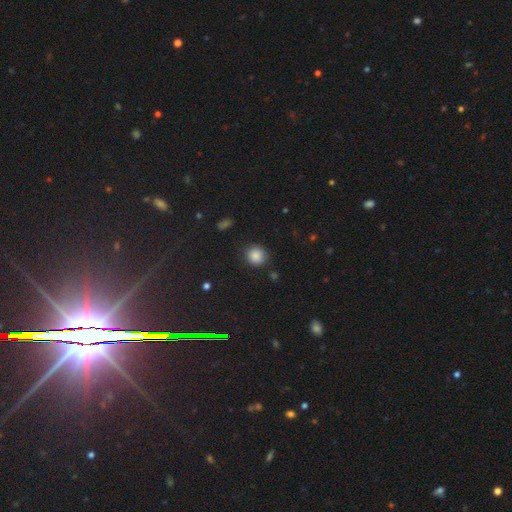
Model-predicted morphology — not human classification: Smooth or featured?
  - smooth: 86% *
  - star or artifact: 10%
  - featured or disk: 4%
How rounded?
  - round: 84% *
  - in between: 15%
  - cigar-shaped: 1%
Merging?
  - none: 84% *
  - minor disturbance: 11%
  - major disturbance: 3%
  - merger: 2%